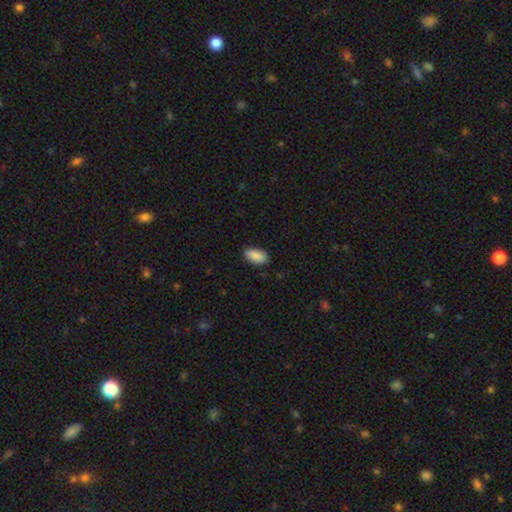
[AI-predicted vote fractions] Overall: smooth (90%). How rounded: in between (93%). Merging: none (87%).